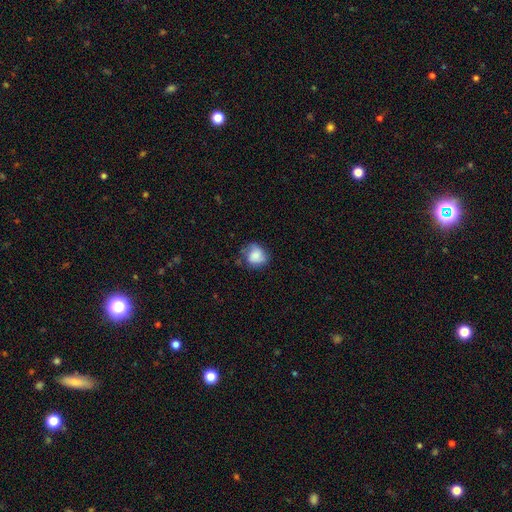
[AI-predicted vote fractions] smooth 67%, featured or disk 24%, star or artifact 9%. Down the decision tree: how rounded — round (66%); merging — none (53%).